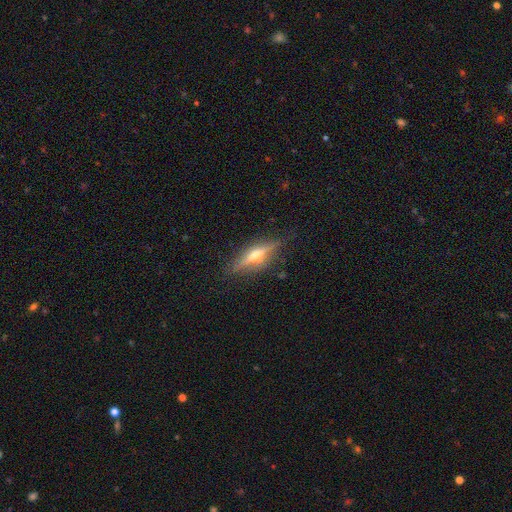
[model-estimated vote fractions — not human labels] Q: Smooth or featured?
A: featured or disk (68%); runner-up: smooth (24%)
Q: Edge-on disk?
A: yes (94%); runner-up: no (6%)
Q: Edge-on bulge?
A: rounded (92%); runner-up: boxy (4%)
Q: Merging?
A: none (85%); runner-up: minor disturbance (11%)